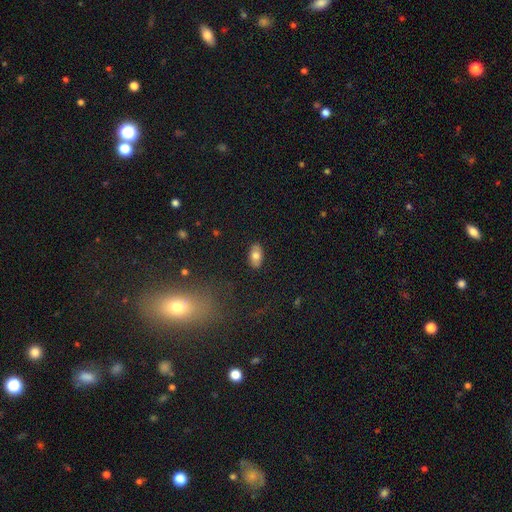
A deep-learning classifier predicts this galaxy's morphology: Smooth or featured: smooth — 77% (featured or disk — 15%)
How rounded: in between — 92% (round — 5%)
Merging: none — 88% (minor disturbance — 9%)